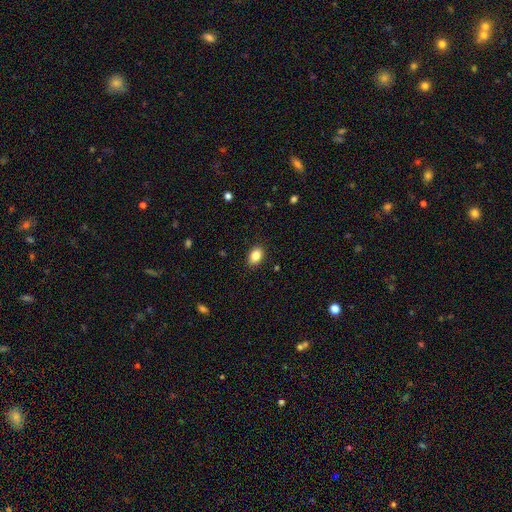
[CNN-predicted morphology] Overall: smooth (86%). How rounded: in between (84%). Merging: none (88%).